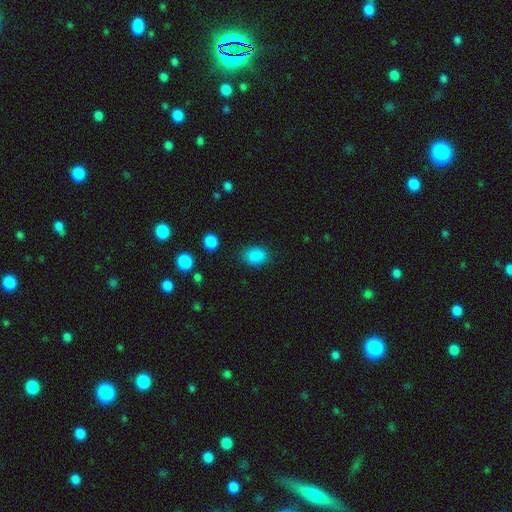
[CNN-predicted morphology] The model was most divided on "how rounded": in between: 67%, round: 32%, cigar-shaped: 1%. More confident: smooth or featured — smooth (86%); merging — none (81%).